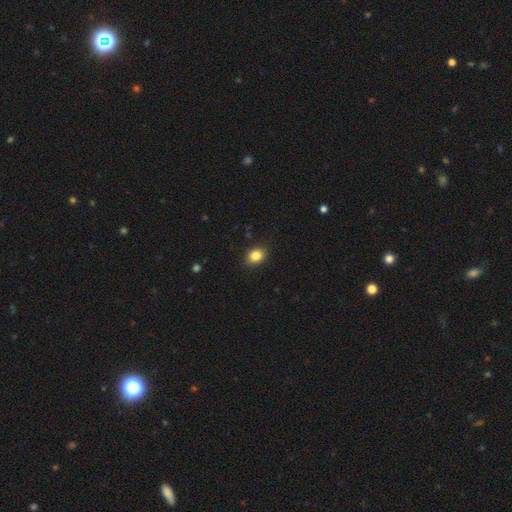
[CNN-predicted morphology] smooth-or-featured: smooth: 85% | star or artifact: 10% | featured or disk: 5%
  how-rounded: in between: 57% | round: 42% | cigar-shaped: 1%
  merging: none: 89% | minor disturbance: 8% | major disturbance: 2% | merger: 1%